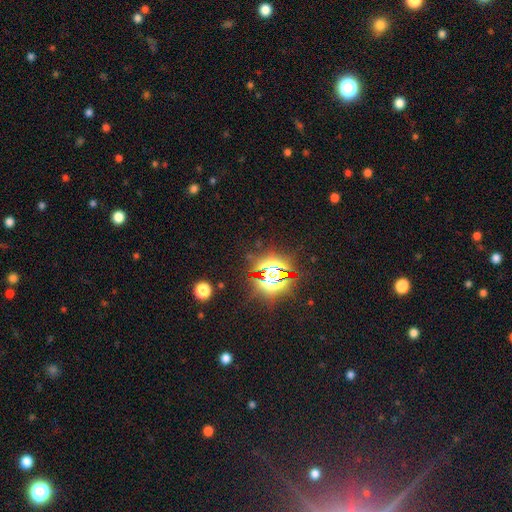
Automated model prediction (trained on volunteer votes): Morphology: type=star or artifact (84%).